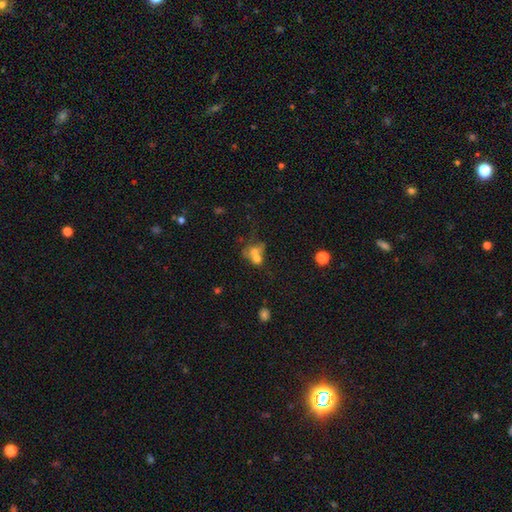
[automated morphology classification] This is possibly a smooth galaxy (58%). How rounded: possibly round (59%). Merging: likely merger (61%).